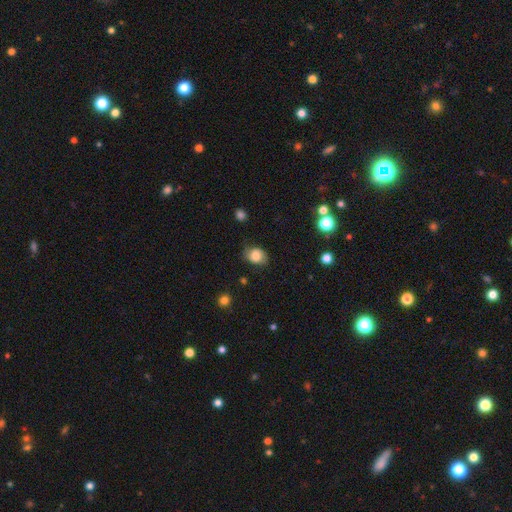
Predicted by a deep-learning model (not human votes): Q: Smooth or featured?
A: smooth (72%); runner-up: featured or disk (19%)
Q: How rounded?
A: in between (54%); runner-up: round (45%)
Q: Merging?
A: none (67%); runner-up: minor disturbance (24%)